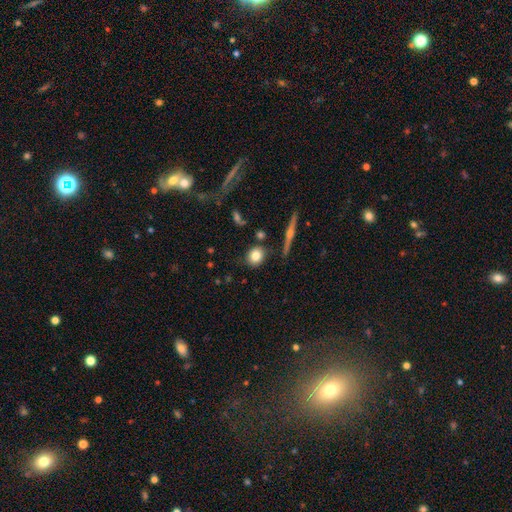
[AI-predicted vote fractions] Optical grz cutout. It shows a smooth galaxy with no disk features (77%) that is round (72%). Merging: none (81%).